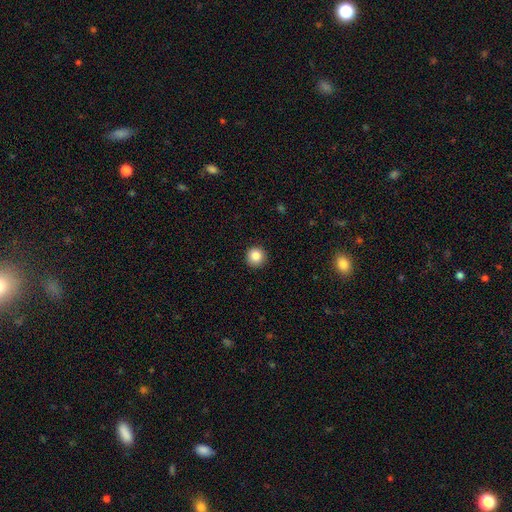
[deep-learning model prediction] A smooth galaxy with no disk features (86%) that is round (96%). Merging: none (92%).